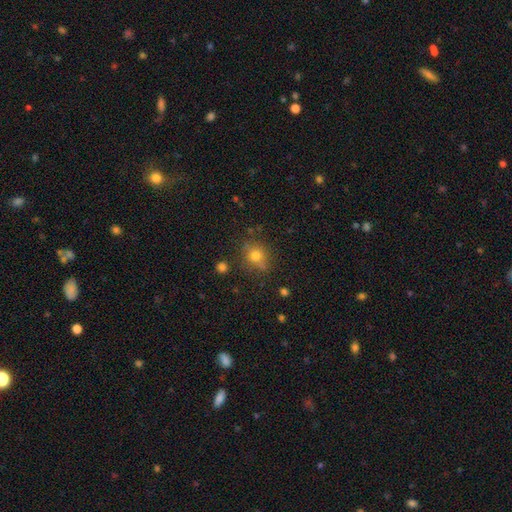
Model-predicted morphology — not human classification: This appears to be a smooth galaxy with no disk features (71%) that is round (80%). Merging: none (73%).